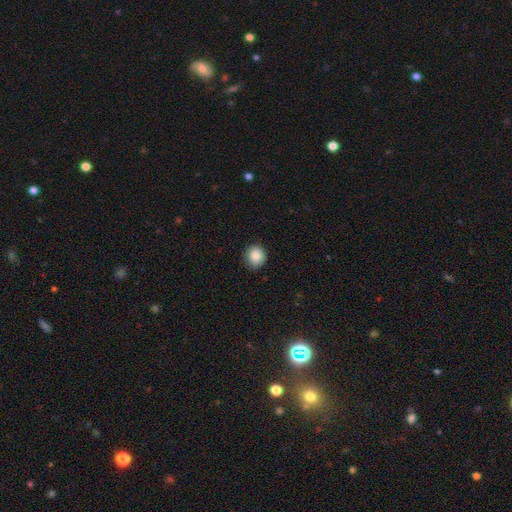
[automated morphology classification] smooth 86%, star or artifact 9%, featured or disk 5%. Down the decision tree: how rounded — round (83%); merging — none (85%).